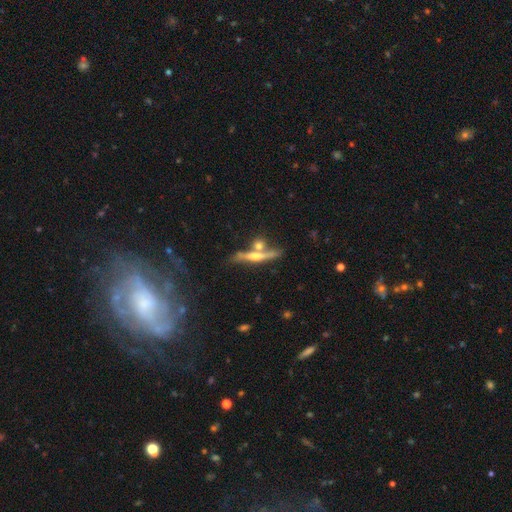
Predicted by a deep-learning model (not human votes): smooth-or-featured: featured or disk: 65% | smooth: 27% | star or artifact: 8%
  disk-edge-on: yes: 94% | no: 6%
    edge-on-bulge: rounded: 80% | none: 13% | boxy: 7%
  merging: none: 65% | merger: 19% | minor disturbance: 12% | major disturbance: 4%